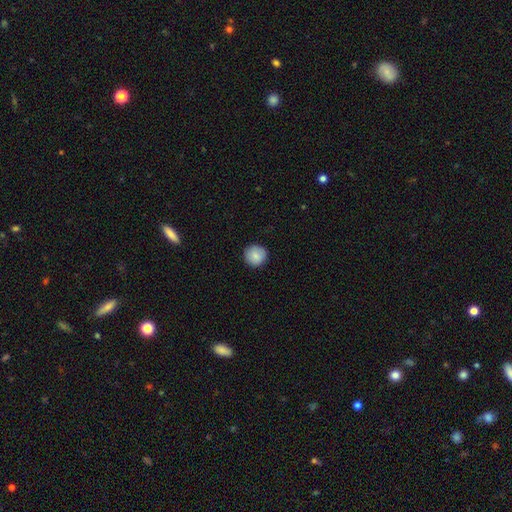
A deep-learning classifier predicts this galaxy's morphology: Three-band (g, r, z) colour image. It shows a smooth galaxy with no disk features (86%) that is round (94%). Merging: none (91%).